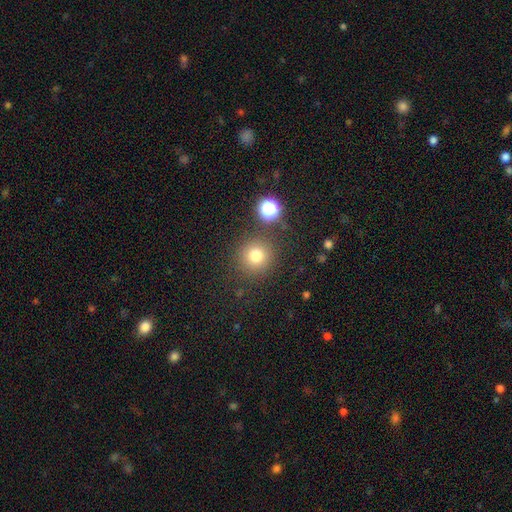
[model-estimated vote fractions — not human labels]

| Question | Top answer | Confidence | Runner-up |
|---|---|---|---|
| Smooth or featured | smooth | 77% | star or artifact (16%) |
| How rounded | round | 94% | in between (5%) |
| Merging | none | 84% | minor disturbance (8%) |